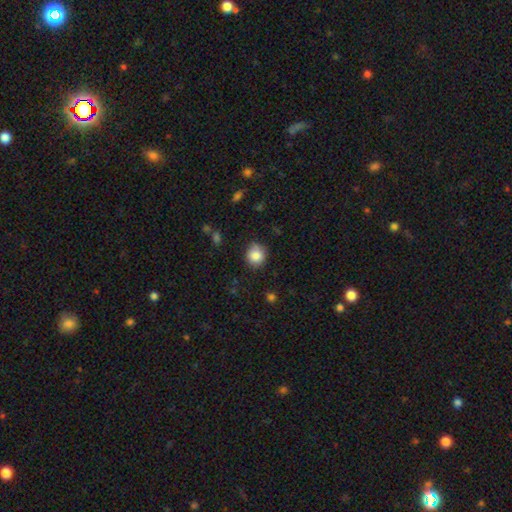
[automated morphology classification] A smooth galaxy with no disk features (85%) that is round (85%). Merging: none (80%).